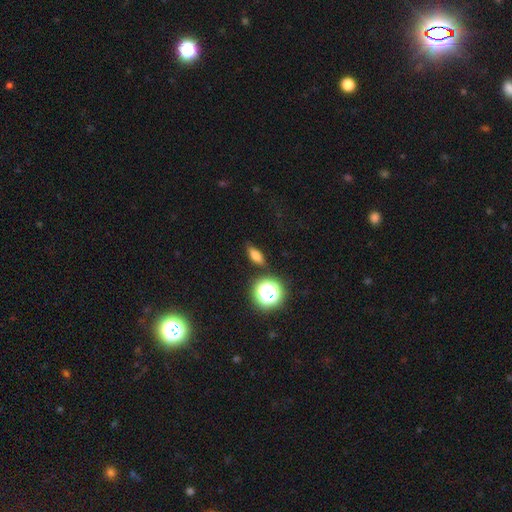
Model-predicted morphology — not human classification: A smooth galaxy with no disk features (69%) that is in between round and cigar-shaped (59%). Merging: none (84%).